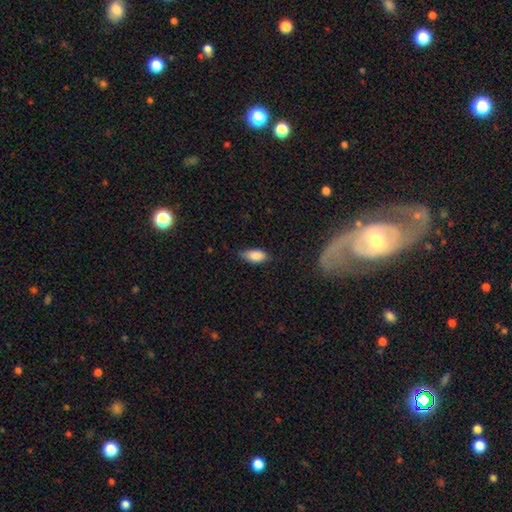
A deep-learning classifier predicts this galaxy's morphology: type=smooth (87%); roundness=in between (90%); merging=none (73%).